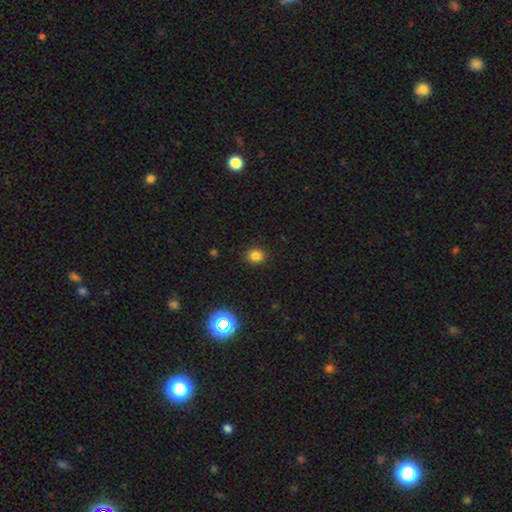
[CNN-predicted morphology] Smooth or featured: smooth — 82% (star or artifact — 14%)
How rounded: round — 79% (in between — 20%)
Merging: none — 90% (minor disturbance — 7%)